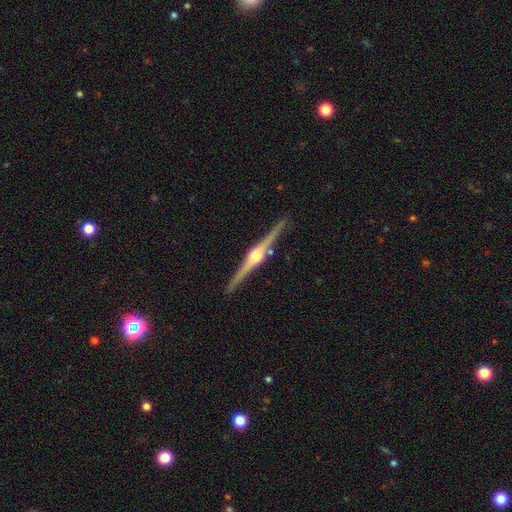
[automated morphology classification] smooth-or-featured: featured or disk: 88% | smooth: 7% | star or artifact: 5%
  disk-edge-on: yes: 99% | no: 1%
    edge-on-bulge: rounded: 88% | boxy: 10% | none: 2%
  merging: none: 90% | minor disturbance: 7% | merger: 2% | major disturbance: 1%